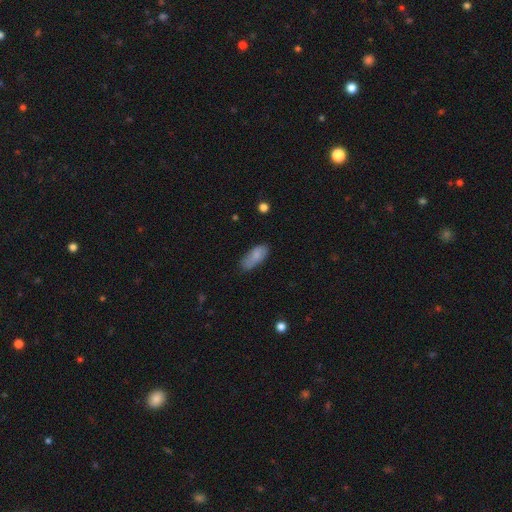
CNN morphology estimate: smooth-or-featured: smooth: 80% | featured or disk: 13% | star or artifact: 7%
  how-rounded: in between: 82% | cigar-shaped: 15% | round: 2%
  merging: none: 64% | minor disturbance: 27% | major disturbance: 6% | merger: 3%